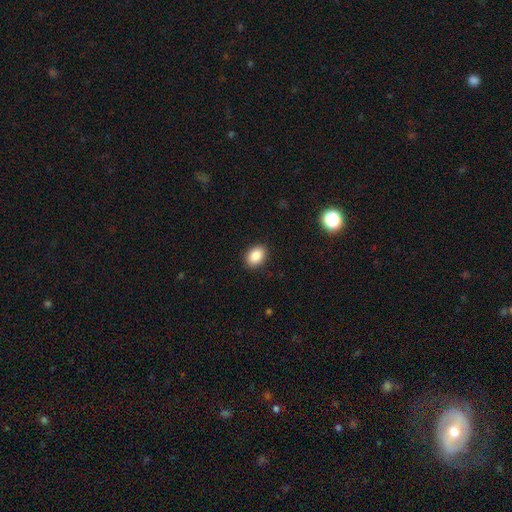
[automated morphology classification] Smooth or featured?
  - smooth: 88% *
  - star or artifact: 8%
  - featured or disk: 4%
How rounded?
  - in between: 75% *
  - round: 23%
  - cigar-shaped: 1%
Merging?
  - none: 89% *
  - minor disturbance: 8%
  - major disturbance: 2%
  - merger: 1%